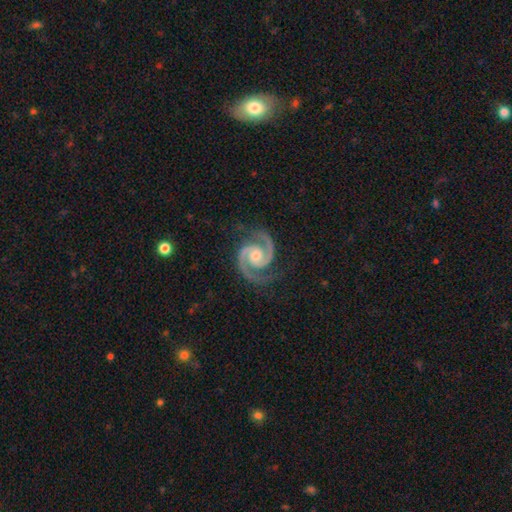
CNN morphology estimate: This appears to be a featured or disk galaxy (95%) with no bar (64%), 2 (94%) medium (50%) spiral arms (99%) and a moderate central bulge (58%). Merging: none (84%).